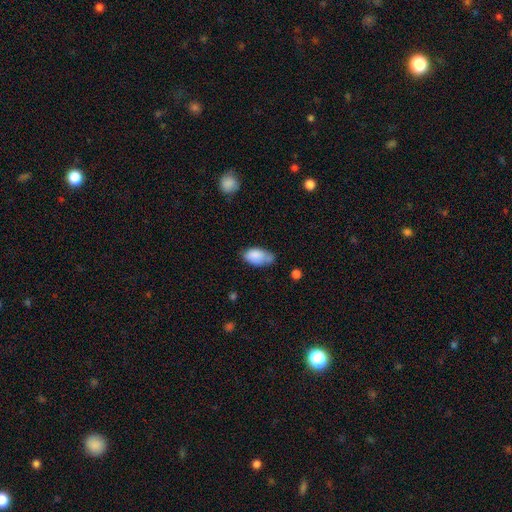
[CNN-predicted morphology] type=smooth (84%); roundness=in between (93%); merging=none (46%).